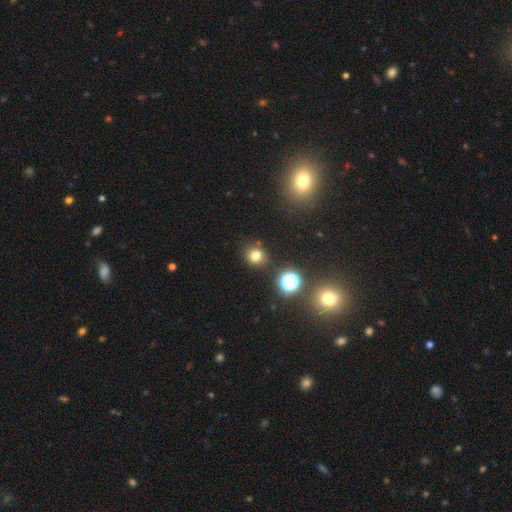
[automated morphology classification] Smooth or featured? smooth (75%)
How rounded? round (82%)
Merging? none (83%)